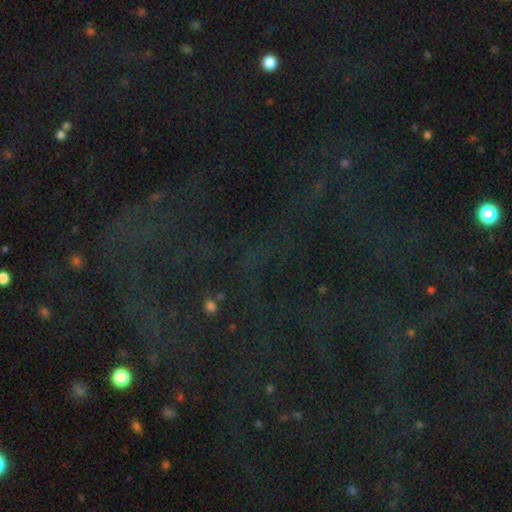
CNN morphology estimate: This appears to be a star or artifact, not a galaxy (78%).